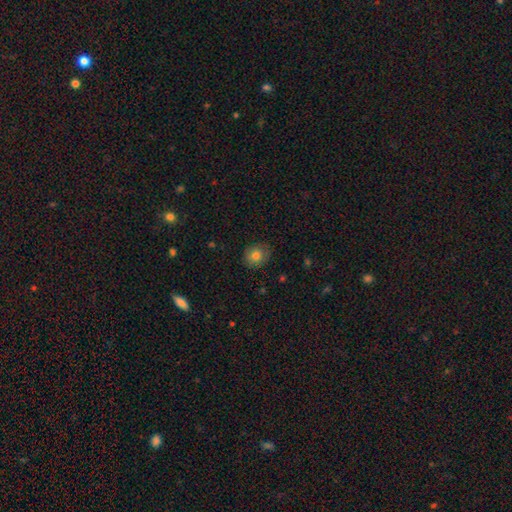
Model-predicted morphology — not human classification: Smooth or featured? smooth (80%)
How rounded? round (70%)
Merging? none (83%)